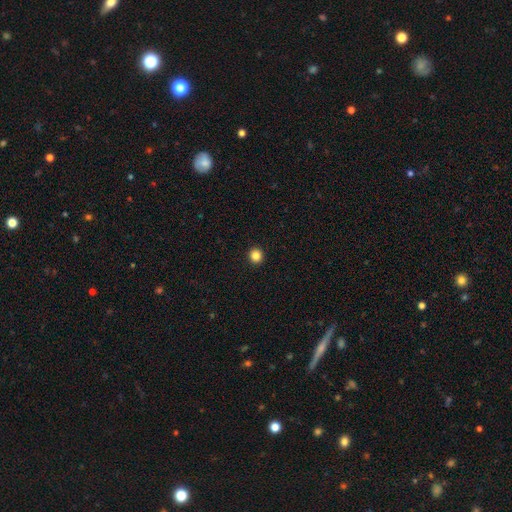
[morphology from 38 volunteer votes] Smooth or featured?
  - smooth: 87% *
  - star or artifact: 8%
  - featured or disk: 5%
How rounded?
  - round: 100% *
  - in between: 0%
  - cigar-shaped: 0%
Merging?
  - none: 97% *
  - minor disturbance: 3%
  - major disturbance: 0%
  - merger: 0%